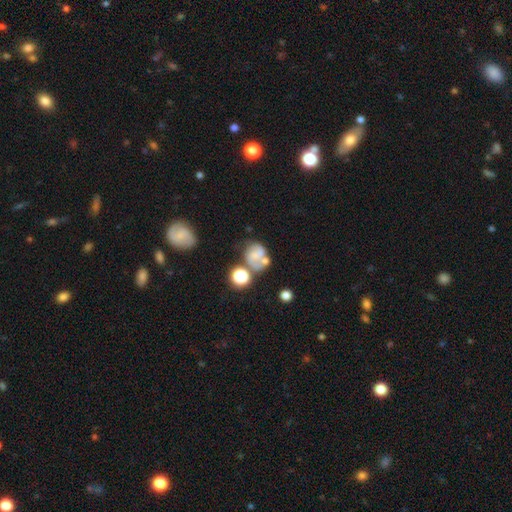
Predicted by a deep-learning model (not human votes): smooth 44%, featured or disk 41%, star or artifact 14%. Down the decision tree: merging — none (33%).